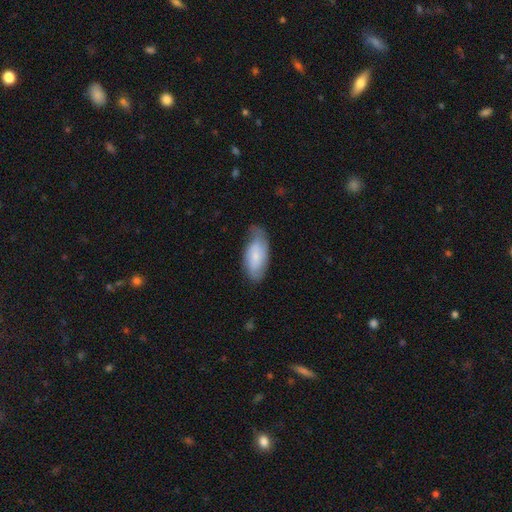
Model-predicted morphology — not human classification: smooth 62%, featured or disk 32%, star or artifact 6%. Down the decision tree: how rounded — in between (88%); merging — none (51%).